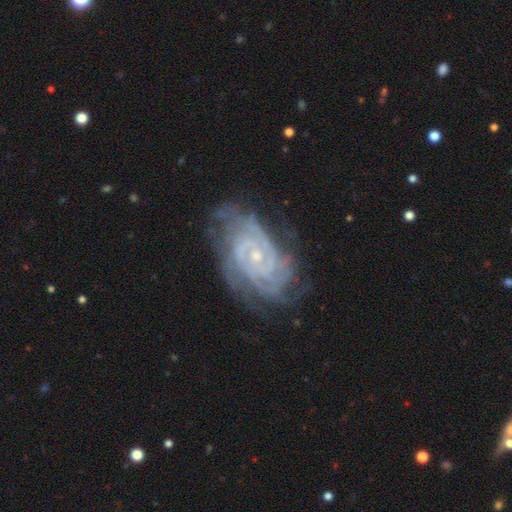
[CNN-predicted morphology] Smooth or featured? featured or disk (89%)
Edge-on disk? no (96%)
Bar? no (64%)
Spiral arms? yes (98%)
Spiral winding? tight (77%)
Spiral arm count? can't tell (25%)
Bulge size? small (76%)
Merging? none (69%)